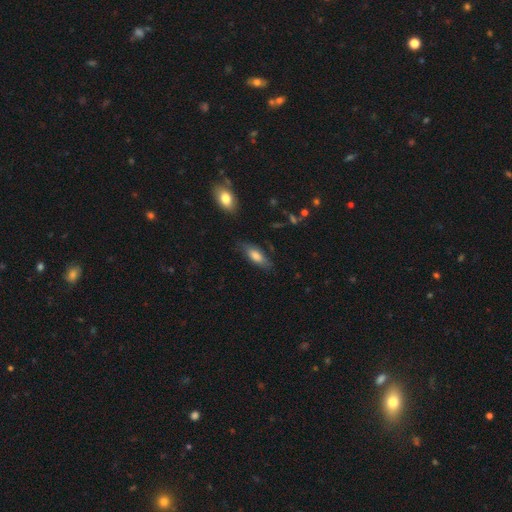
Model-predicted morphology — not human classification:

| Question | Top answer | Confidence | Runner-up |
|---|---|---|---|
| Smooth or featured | smooth | 75% | featured or disk (18%) |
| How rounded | in between | 74% | cigar-shaped (24%) |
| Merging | none | 72% | minor disturbance (20%) |